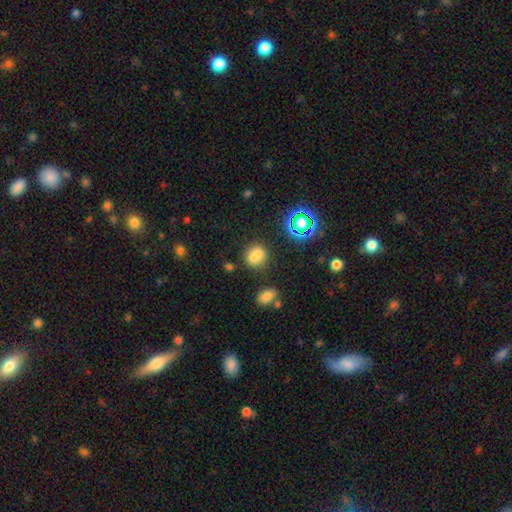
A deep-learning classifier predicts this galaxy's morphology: Q: Smooth or featured?
A: smooth (72%); runner-up: star or artifact (18%)
Q: How rounded?
A: round (68%); runner-up: in between (30%)
Q: Merging?
A: none (59%); runner-up: merger (23%)